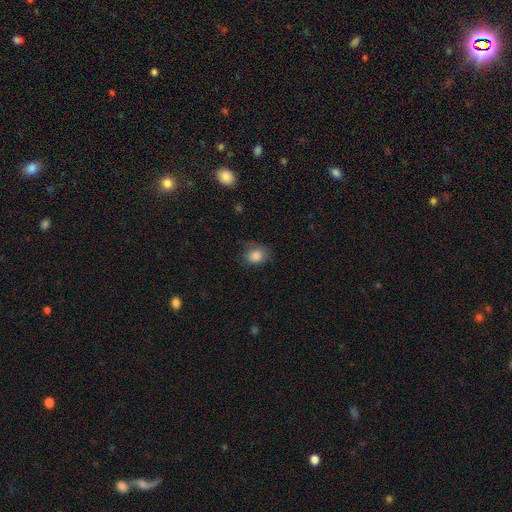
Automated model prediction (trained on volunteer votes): This is clearly a smooth galaxy (84%). How rounded: possibly round (57%). Merging: likely none (63%).